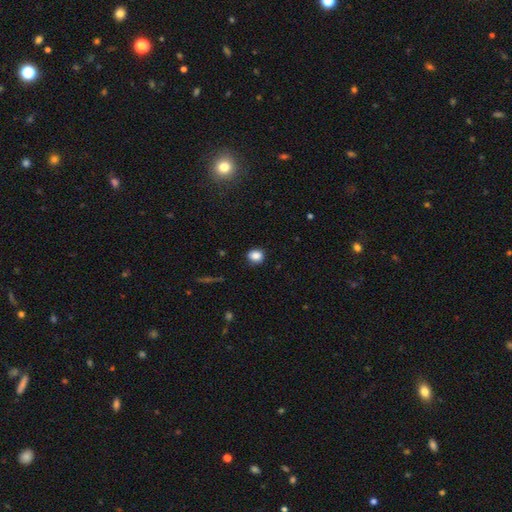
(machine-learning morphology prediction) This appears to be a smooth galaxy with no disk features (86%) that is round (59%). Merging: none (83%).